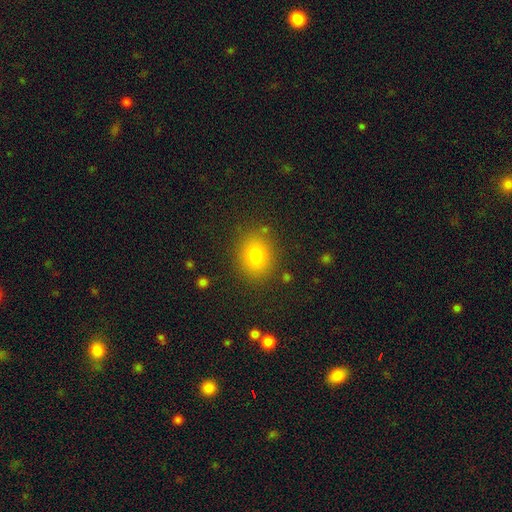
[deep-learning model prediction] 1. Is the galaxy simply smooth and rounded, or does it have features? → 77% smooth, 14% star or artifact, 9% featured or disk.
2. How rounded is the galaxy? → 67% round, 32% in between, 1% cigar-shaped.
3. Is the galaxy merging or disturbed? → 85% none, 9% minor disturbance, 3% major disturbance, 2% merger.